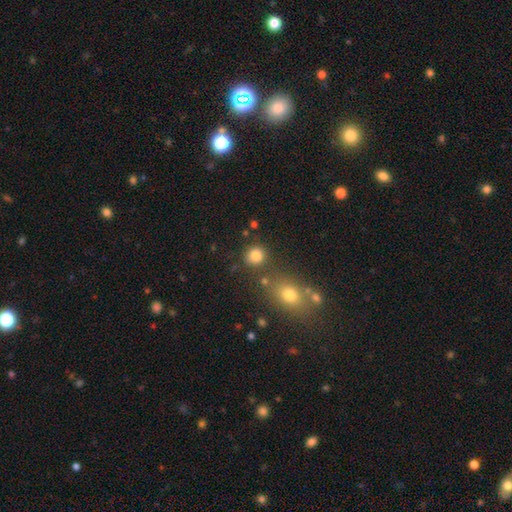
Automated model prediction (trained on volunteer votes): smooth_or_featured: smooth (p=0.82) [alt: star or artifact p=0.12]
how_rounded: round (p=0.87) [alt: in between p=0.12]
merging: none (p=0.79) [alt: minor disturbance p=0.09]